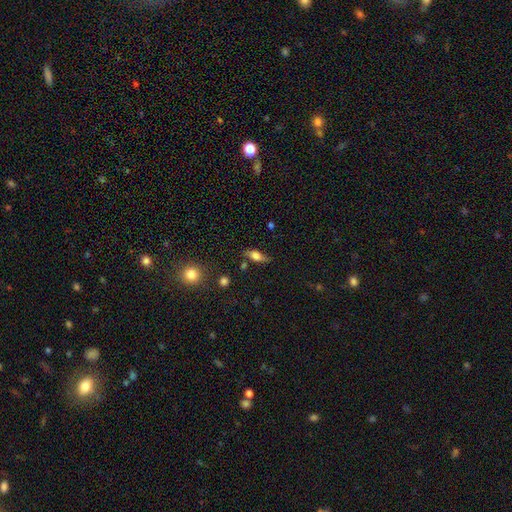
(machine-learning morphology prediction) A smooth galaxy with no disk features (59%) that is in between round and cigar-shaped (69%). Merging: none (71%).